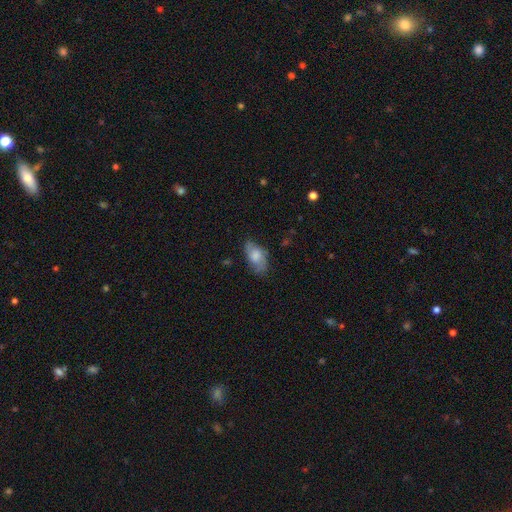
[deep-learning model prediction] Overall: smooth (64%; featured or disk 28%). How rounded: in between (91%). Merging: none (62%; minor disturbance 27%).